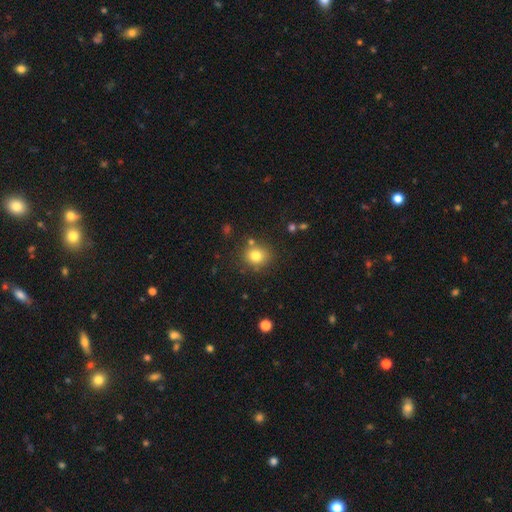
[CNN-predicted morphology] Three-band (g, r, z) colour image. It shows a smooth galaxy with no disk features (79%) that is round (81%). Merging: none (79%).